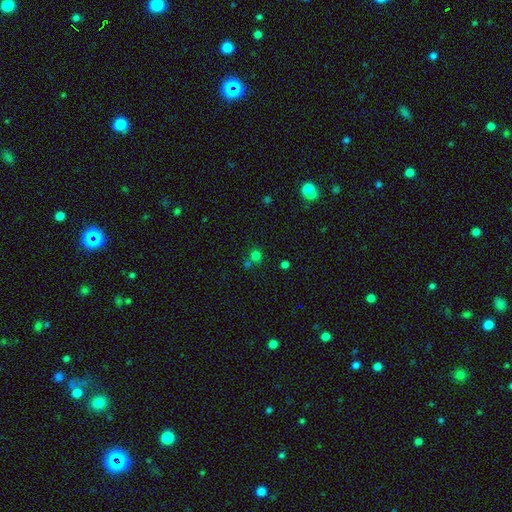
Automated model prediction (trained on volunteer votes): Overall: smooth (71%). How rounded: round (84%). Merging: none (60%; merger 27%).